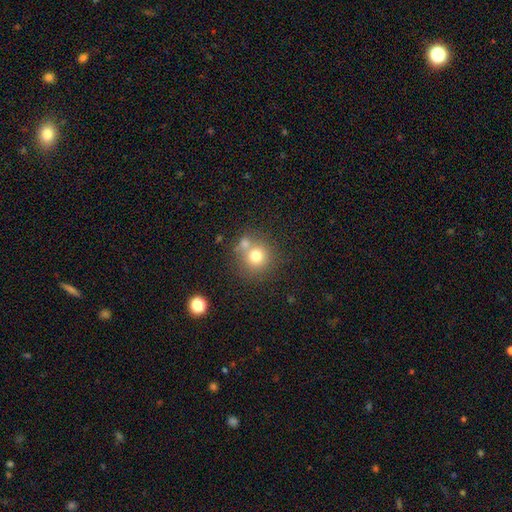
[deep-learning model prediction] smooth-or-featured: smooth: 74% | featured or disk: 13% | star or artifact: 13%
  how-rounded: round: 90% | in between: 9% | cigar-shaped: 1%
  merging: none: 59% | merger: 27% | minor disturbance: 10% | major disturbance: 4%